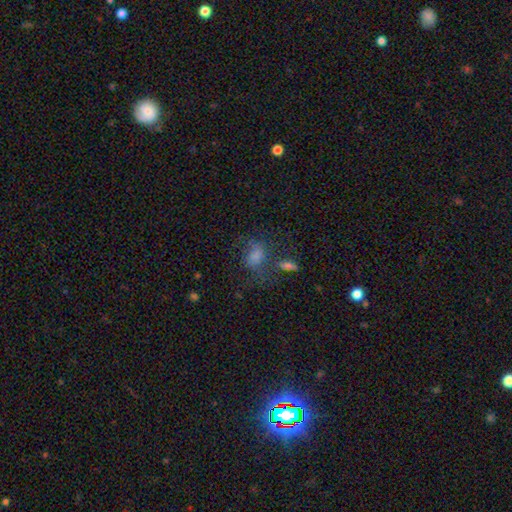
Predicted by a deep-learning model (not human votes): Overall: smooth (57%; star or artifact 23%). How rounded: in between (66%; round 31%). Merging: none (48%; major disturbance 21%).